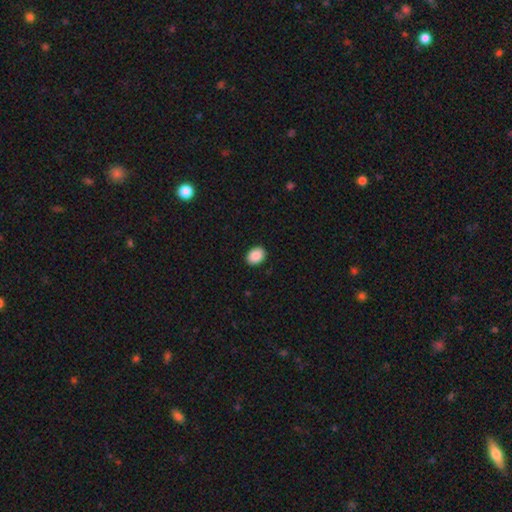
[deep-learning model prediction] smooth 90%, star or artifact 7%, featured or disk 3%. Down the decision tree: how rounded — in between (71%); merging — none (90%).